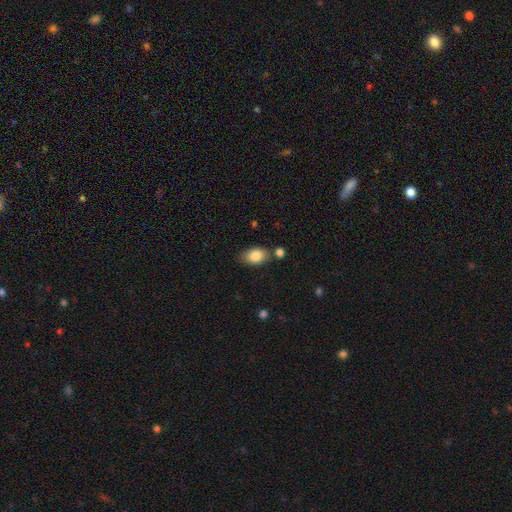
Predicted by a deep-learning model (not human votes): smooth-or-featured: smooth: 84% | featured or disk: 9% | star or artifact: 8%
  how-rounded: in between: 87% | round: 11% | cigar-shaped: 2%
  merging: none: 72% | minor disturbance: 16% | merger: 9% | major disturbance: 3%